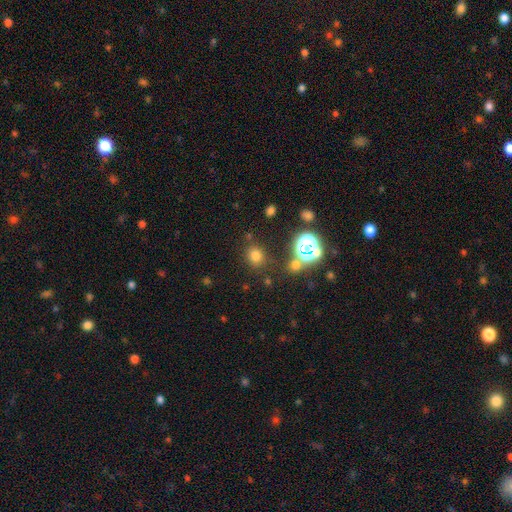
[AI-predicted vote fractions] Smooth or featured?
  - smooth: 69% *
  - star or artifact: 24%
  - featured or disk: 7%
How rounded?
  - round: 75% *
  - in between: 24%
  - cigar-shaped: 1%
Merging?
  - none: 78% *
  - minor disturbance: 11%
  - merger: 7%
  - major disturbance: 5%